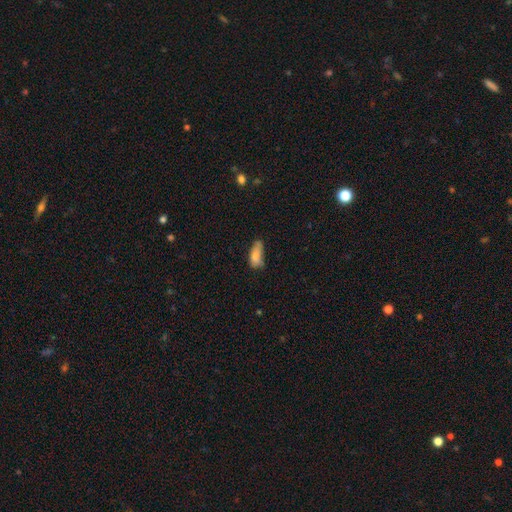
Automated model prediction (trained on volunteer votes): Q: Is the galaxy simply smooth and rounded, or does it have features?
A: smooth — 80%.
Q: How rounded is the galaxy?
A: in between — 77%.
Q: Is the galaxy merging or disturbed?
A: none — 43%.